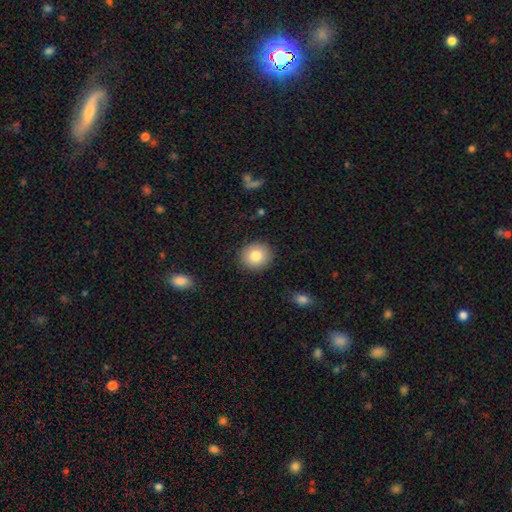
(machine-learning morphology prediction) Smooth or featured? smooth (83%)
How rounded? round (84%)
Merging? none (90%)